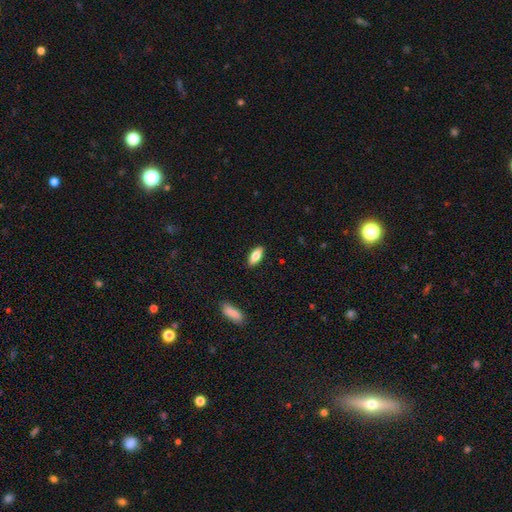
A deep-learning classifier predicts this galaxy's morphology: The model was most divided on "how rounded": in between: 79%, cigar-shaped: 19%, round: 2%. More confident: merging — none (88%); smooth or featured — smooth (77%).